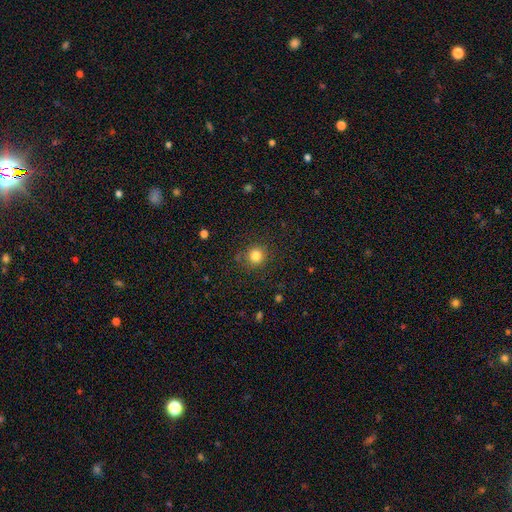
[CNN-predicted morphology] Smooth or featured? Predicted: smooth (p=0.82). How rounded? Predicted: round (p=0.91). Merging? Predicted: none (p=0.84).